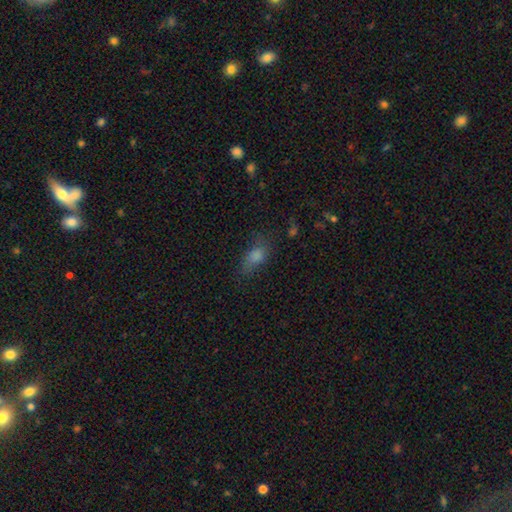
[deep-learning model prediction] A smooth galaxy with no disk features (69%) that is in between round and cigar-shaped (71%). Merging: none (63%).